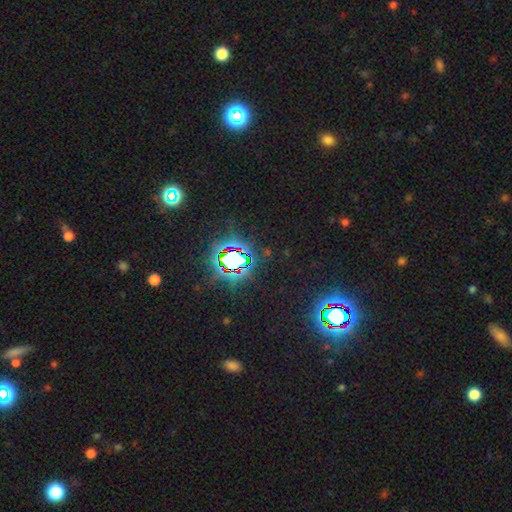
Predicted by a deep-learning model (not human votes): Smooth or featured?
  - star or artifact: 82% *
  - smooth: 11%
  - featured or disk: 7%